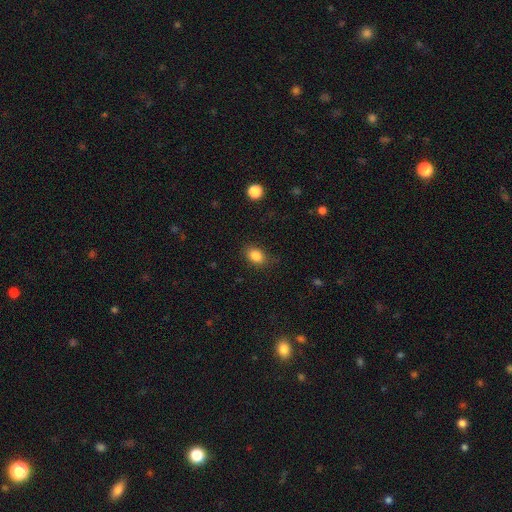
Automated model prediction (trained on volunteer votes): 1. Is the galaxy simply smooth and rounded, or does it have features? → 85% smooth, 10% star or artifact, 5% featured or disk.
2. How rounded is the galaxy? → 74% in between, 25% round, 1% cigar-shaped.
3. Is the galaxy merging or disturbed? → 80% none, 15% minor disturbance, 4% major disturbance, 1% merger.